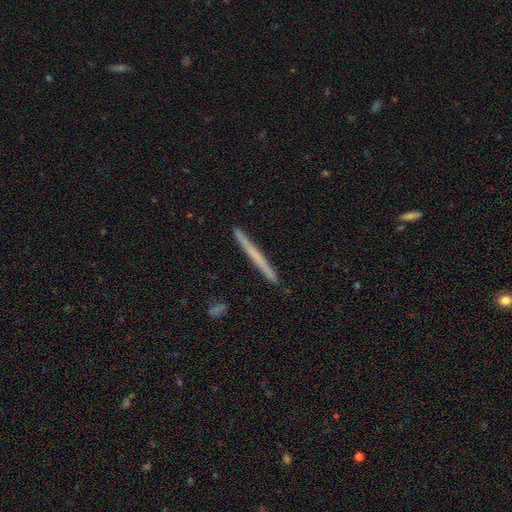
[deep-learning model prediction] This appears to be a smooth galaxy with no disk features (51%) that is cigar-shaped (97%). Merging: none (93%).